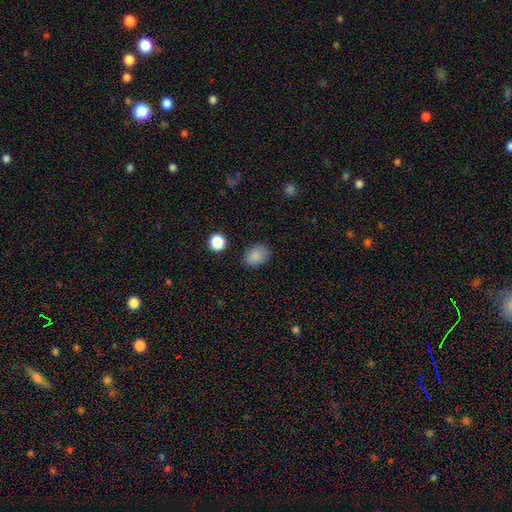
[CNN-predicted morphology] Smooth or featured? Predicted: smooth (p=0.86). How rounded? Predicted: in between (p=0.70). Merging? Predicted: none (p=0.83).